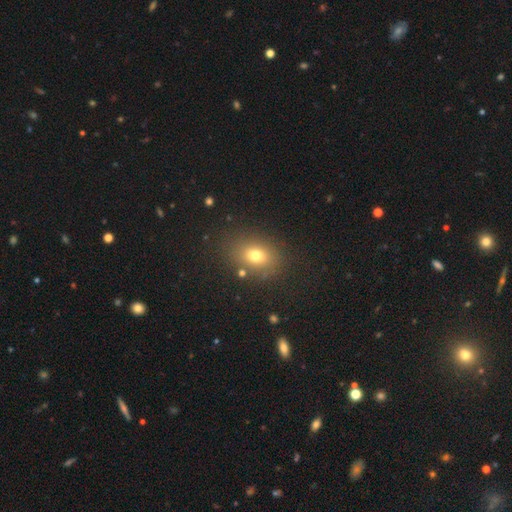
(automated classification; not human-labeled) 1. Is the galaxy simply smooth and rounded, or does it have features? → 73% smooth, 15% star or artifact, 12% featured or disk.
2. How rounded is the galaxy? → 63% in between, 36% round, 1% cigar-shaped.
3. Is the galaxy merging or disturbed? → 80% none, 11% minor disturbance, 5% major disturbance, 4% merger.